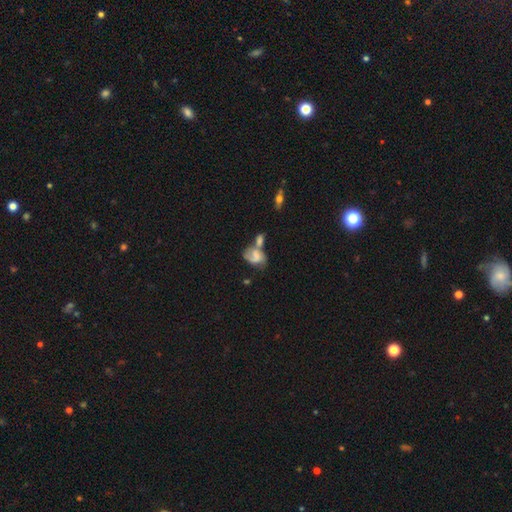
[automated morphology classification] featured or disk 47%, smooth 43%, star or artifact 9%. Down the decision tree: merging — merger (51%).